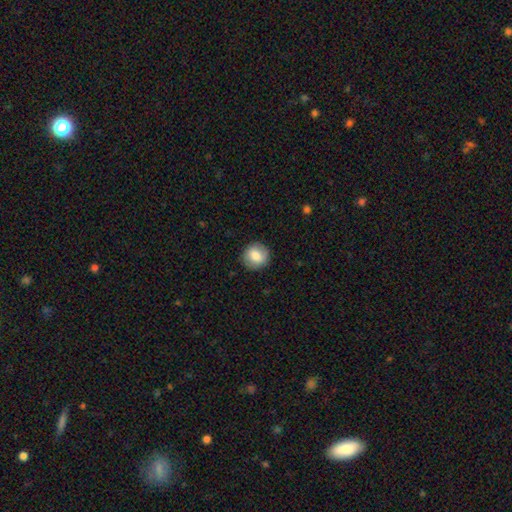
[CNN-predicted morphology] smooth_or_featured: smooth (p=0.76) [alt: featured or disk p=0.16]
how_rounded: round (p=0.90) [alt: in between p=0.09]
merging: none (p=0.88) [alt: minor disturbance p=0.08]